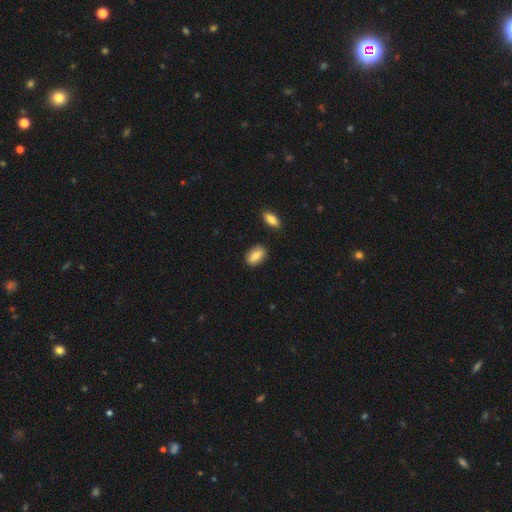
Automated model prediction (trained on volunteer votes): smooth 85%, featured or disk 8%, star or artifact 7%. Down the decision tree: how rounded — in between (87%); merging — none (86%).